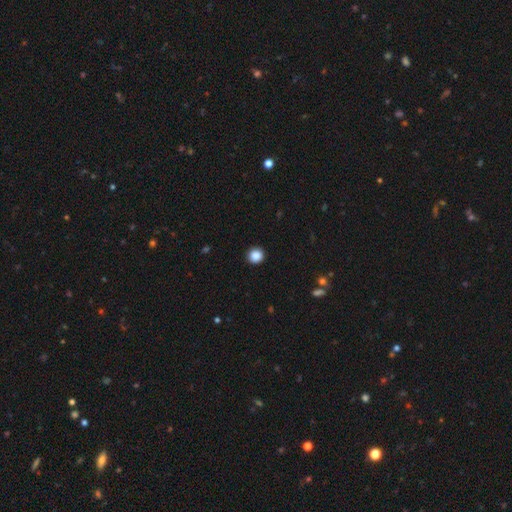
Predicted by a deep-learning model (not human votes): smooth 87%, star or artifact 10%, featured or disk 3%. Down the decision tree: how rounded — round (92%); merging — none (92%).